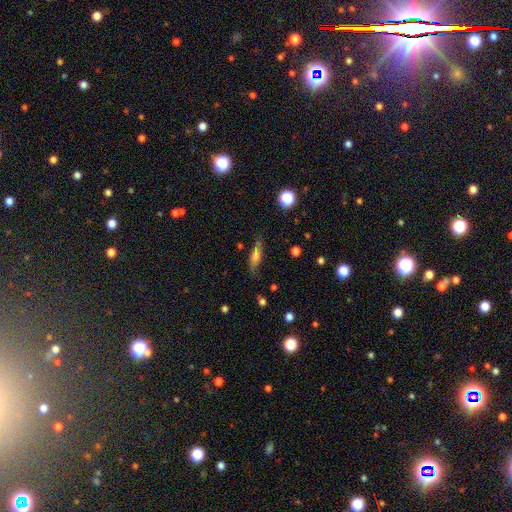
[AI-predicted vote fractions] This is possibly a smooth galaxy (50%). How rounded: possibly cigar-shaped (53%). Merging: likely none (73%).